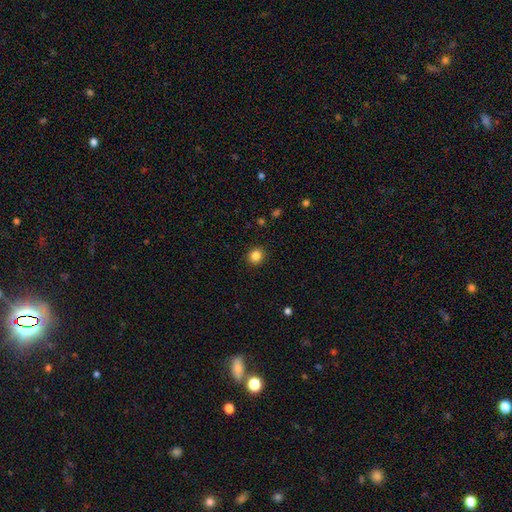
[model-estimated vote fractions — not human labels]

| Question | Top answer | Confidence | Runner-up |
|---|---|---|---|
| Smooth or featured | smooth | 85% | star or artifact (11%) |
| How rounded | round | 83% | in between (17%) |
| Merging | none | 91% | minor disturbance (6%) |